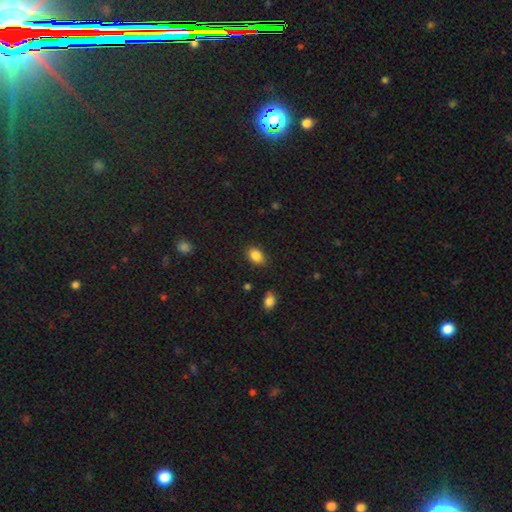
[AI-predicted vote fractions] smooth 87%, star or artifact 9%, featured or disk 5%. Down the decision tree: how rounded — in between (83%); merging — none (84%).